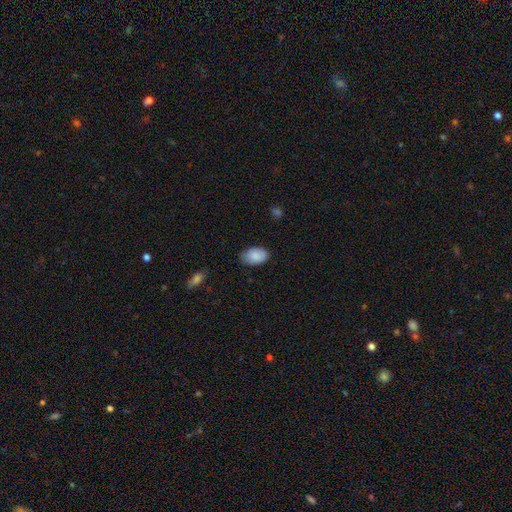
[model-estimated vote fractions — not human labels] Smooth or featured? smooth (88%)
How rounded? in between (91%)
Merging? none (79%)